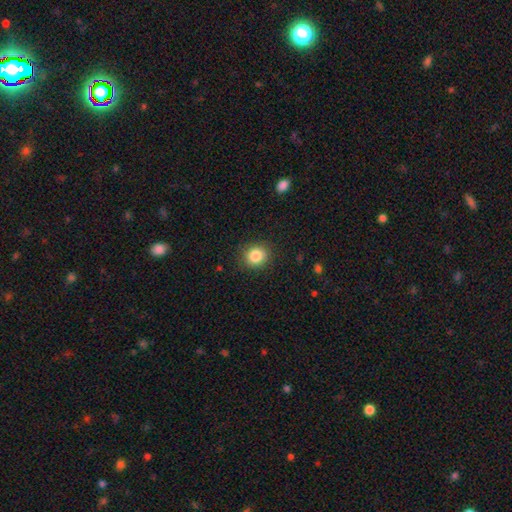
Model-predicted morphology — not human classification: smooth 85%, star or artifact 10%, featured or disk 5%. Down the decision tree: how rounded — round (81%); merging — none (88%).